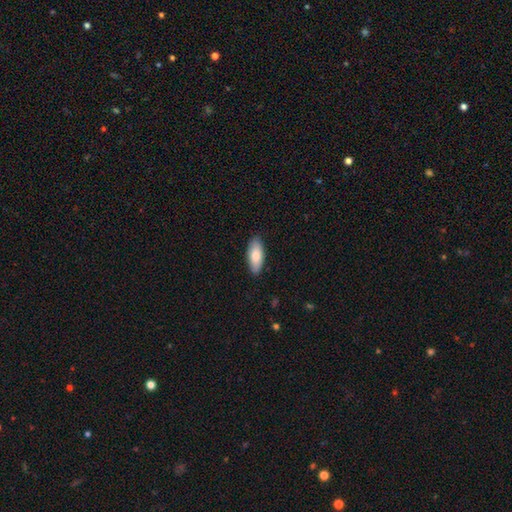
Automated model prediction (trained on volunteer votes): This is likely a smooth galaxy (80%). How rounded: clearly in between (84%). Merging: clearly none (88%).